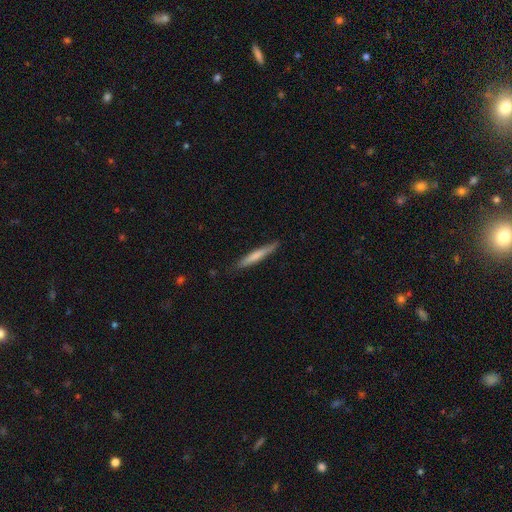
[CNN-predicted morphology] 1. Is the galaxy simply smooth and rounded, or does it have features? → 67% smooth, 28% featured or disk, 5% star or artifact.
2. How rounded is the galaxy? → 95% cigar-shaped, 4% in between, 1% round.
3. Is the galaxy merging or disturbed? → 85% none, 12% minor disturbance, 2% major disturbance, 1% merger.